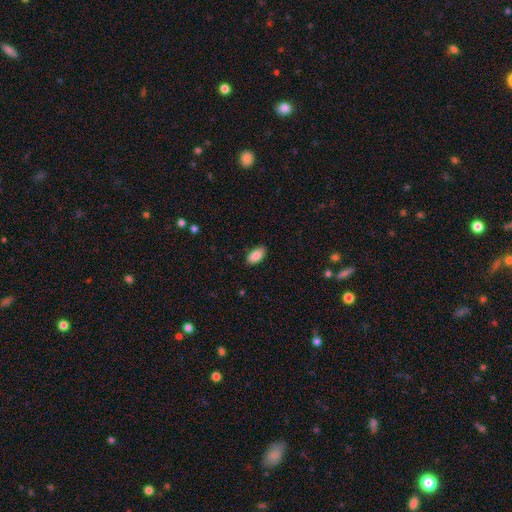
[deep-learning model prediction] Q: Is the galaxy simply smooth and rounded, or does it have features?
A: smooth — 87%.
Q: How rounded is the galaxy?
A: in between — 93%.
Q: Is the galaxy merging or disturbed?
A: none — 85%.